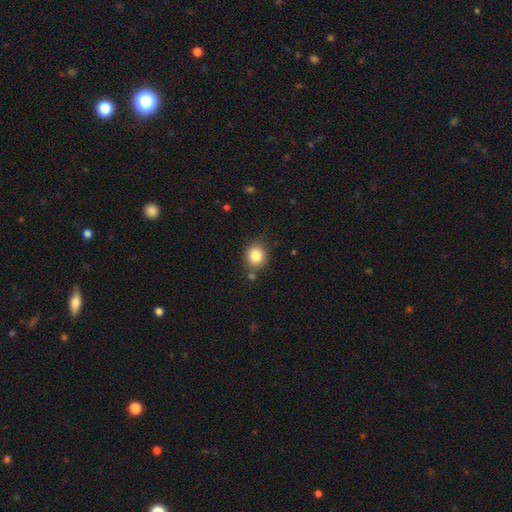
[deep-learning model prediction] Smooth or featured? Predicted: smooth (p=0.83). How rounded? Predicted: round (p=0.82). Merging? Predicted: none (p=0.79).